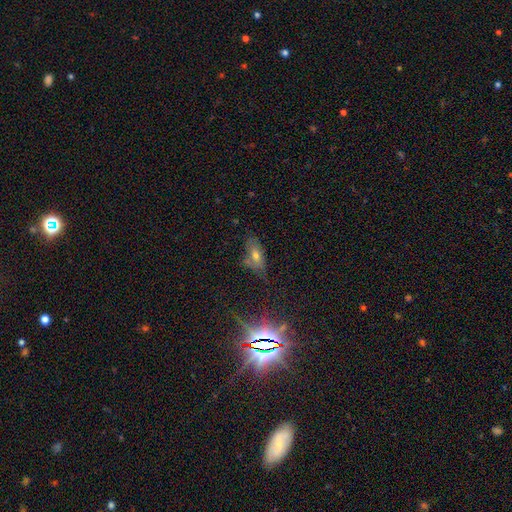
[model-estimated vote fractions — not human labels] Smooth or featured: smooth — 44% (star or artifact — 33%)
Merging: none — 60% (minor disturbance — 24%)